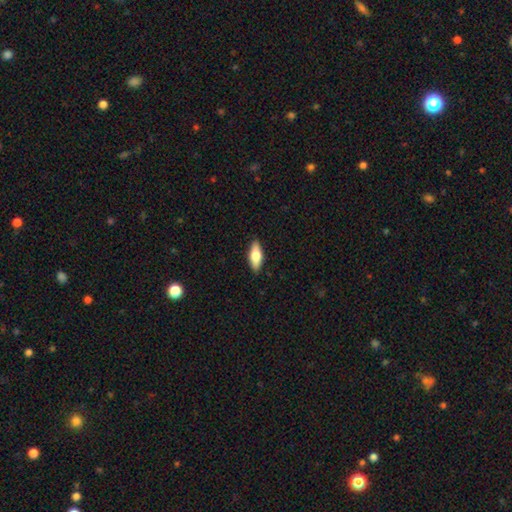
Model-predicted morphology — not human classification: This is likely a smooth galaxy (66%). How rounded: likely in between (70%). Merging: clearly none (89%).